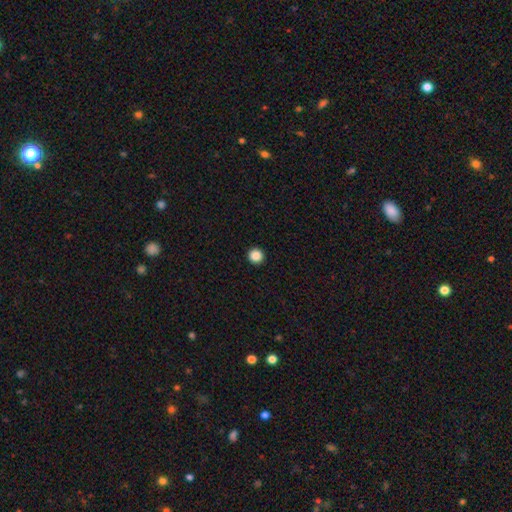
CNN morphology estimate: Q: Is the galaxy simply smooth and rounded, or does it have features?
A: smooth — 87%.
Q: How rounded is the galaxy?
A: round — 96%.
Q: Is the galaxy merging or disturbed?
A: none — 94%.